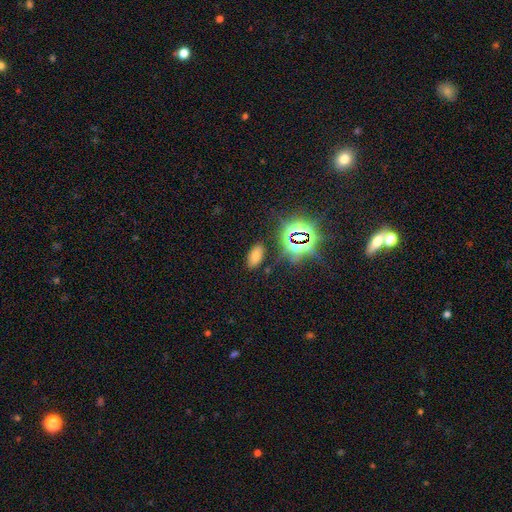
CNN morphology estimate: A smooth galaxy with no disk features (64%) that is in between round and cigar-shaped (93%).

Vote fractions:
- Smooth or featured? smooth: 64% / star or artifact: 28% / featured or disk: 7%
- How rounded? in between: 93% / round: 4% / cigar-shaped: 3%
- Merging? none: 84% / minor disturbance: 10% / major disturbance: 4% / merger: 3%